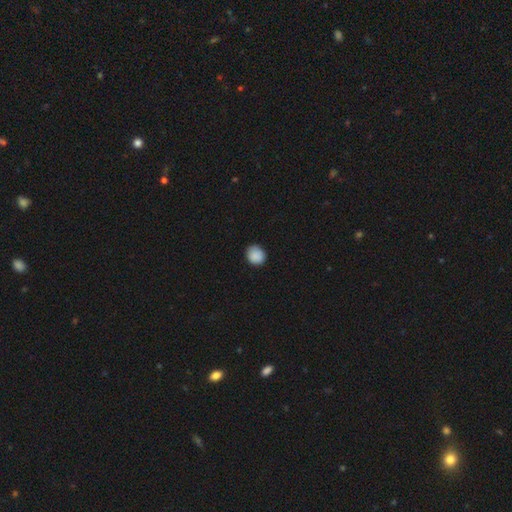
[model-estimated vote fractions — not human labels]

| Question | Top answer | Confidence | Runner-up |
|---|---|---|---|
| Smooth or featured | smooth | 89% | star or artifact (8%) |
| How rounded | round | 79% | in between (20%) |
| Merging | none | 84% | minor disturbance (13%) |